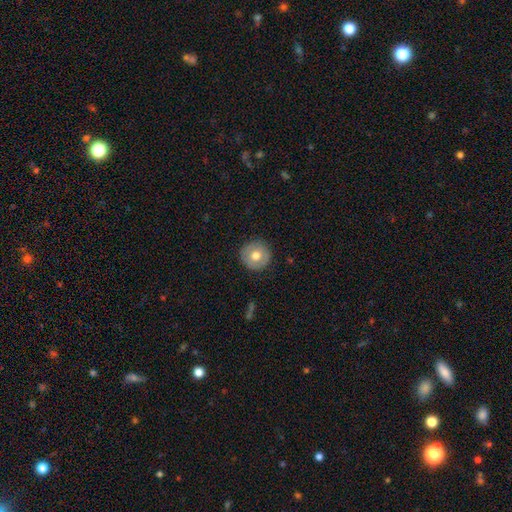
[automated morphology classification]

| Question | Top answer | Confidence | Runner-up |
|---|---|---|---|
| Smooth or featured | smooth | 67% | featured or disk (26%) |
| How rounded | round | 95% | in between (4%) |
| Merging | none | 90% | minor disturbance (7%) |